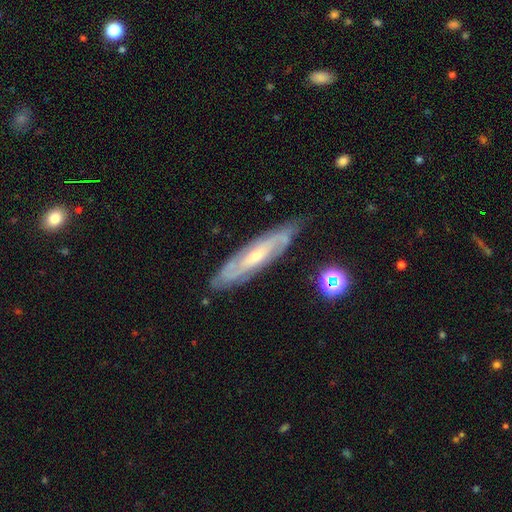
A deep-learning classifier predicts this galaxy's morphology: Smooth or featured? Predicted: featured or disk (p=0.78). Edge-on disk? Predicted: no (p=0.68). Bar? Predicted: no (p=0.51). Spiral arms? Predicted: yes (p=0.89). Bulge size? Predicted: small (p=0.61). Merging? Predicted: none (p=0.79).